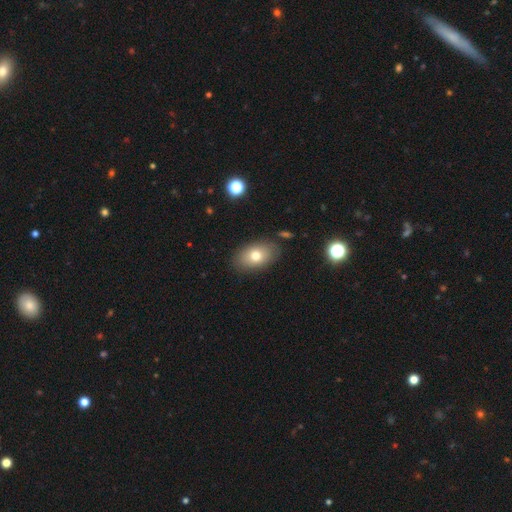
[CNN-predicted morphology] Smooth or featured? smooth (76%)
How rounded? in between (88%)
Merging? none (84%)